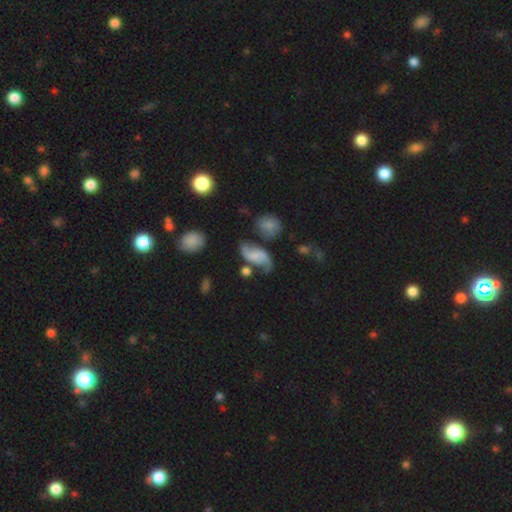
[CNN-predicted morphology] Smooth or featured?
  - featured or disk: 71% *
  - smooth: 21%
  - star or artifact: 8%
Edge-on disk?
  - no: 96% *
  - yes: 4%
Bar?
  - no: 46% *
  - weak: 39%
  - strong: 14%
Spiral arms?
  - yes: 93% *
  - no: 7%
Spiral winding?
  - loose: 71% *
  - medium: 23%
  - tight: 6%
Spiral arm count?
  - 2: 91% *
  - 1: 3%
  - can't tell: 3%
  - 3: 1%
  - 4: 1%
  - more than 4: 1%
Bulge size?
  - none: 46% *
  - small: 30%
  - moderate: 17%
  - large: 5%
  - dominant: 2%
Merging?
  - none: 54% *
  - minor disturbance: 21%
  - major disturbance: 13%
  - merger: 12%